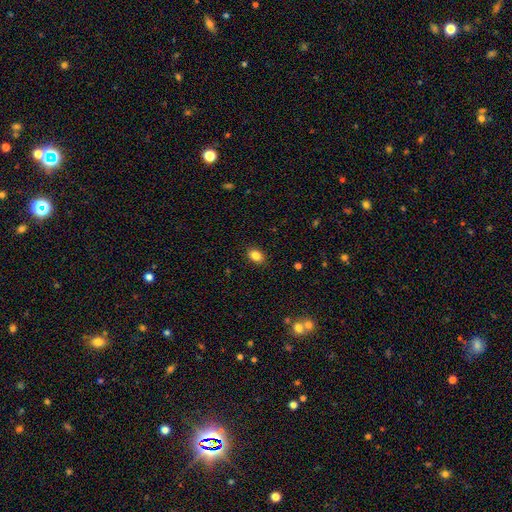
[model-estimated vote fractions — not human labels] Smooth or featured? Predicted: smooth (p=0.85). How rounded? Predicted: in between (p=0.74). Merging? Predicted: none (p=0.88).